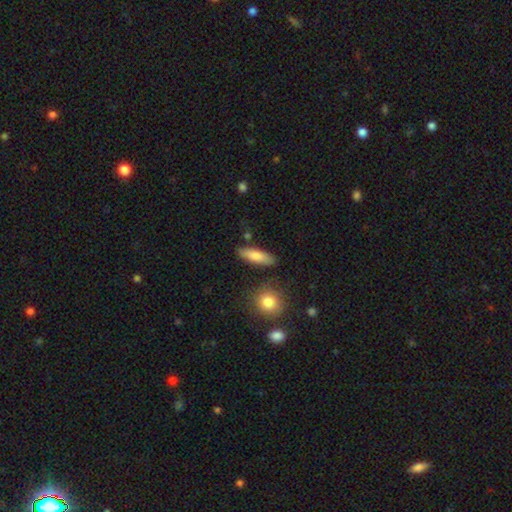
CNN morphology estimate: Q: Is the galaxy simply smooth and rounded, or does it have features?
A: smooth — 80%.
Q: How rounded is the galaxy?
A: cigar-shaped — 53%.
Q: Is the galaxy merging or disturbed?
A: none — 84%.